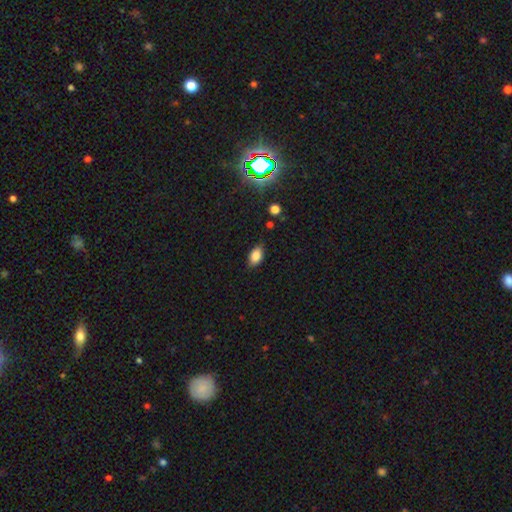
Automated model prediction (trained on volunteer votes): A smooth galaxy with no disk features (84%) that is in between round and cigar-shaped (89%).

Vote fractions:
- Smooth or featured? smooth: 84% / star or artifact: 9% / featured or disk: 6%
- How rounded? in between: 89% / round: 9% / cigar-shaped: 2%
- Merging? none: 80% / minor disturbance: 16% / major disturbance: 3% / merger: 1%